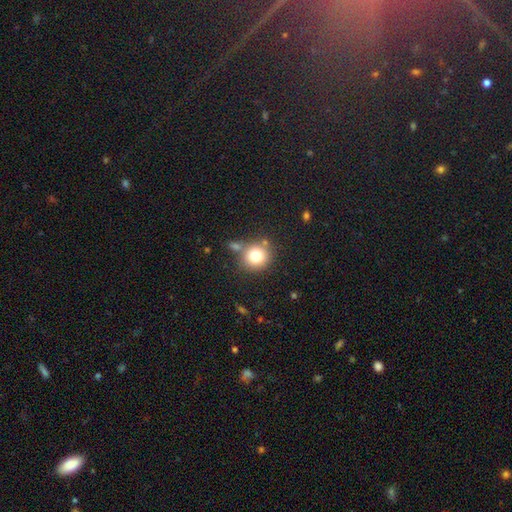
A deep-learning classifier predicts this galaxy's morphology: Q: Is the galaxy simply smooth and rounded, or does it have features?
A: smooth — 78%.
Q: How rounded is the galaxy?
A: round — 89%.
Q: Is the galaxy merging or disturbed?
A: none — 72%.